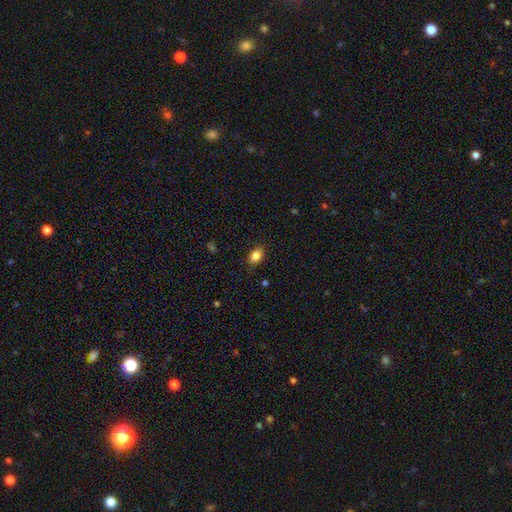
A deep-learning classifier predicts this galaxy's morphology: smooth_or_featured: smooth (p=0.85) [alt: star or artifact p=0.09]
how_rounded: in between (p=0.77) [alt: round p=0.21]
merging: none (p=0.84) [alt: minor disturbance p=0.12]